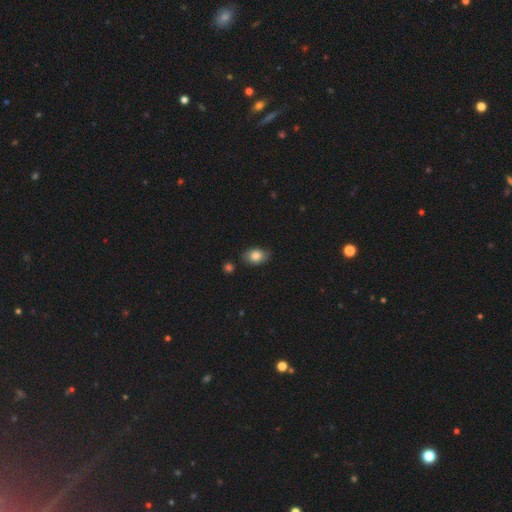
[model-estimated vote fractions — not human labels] smooth 82%, featured or disk 10%, star or artifact 8%. Down the decision tree: how rounded — in between (77%); merging — none (76%).